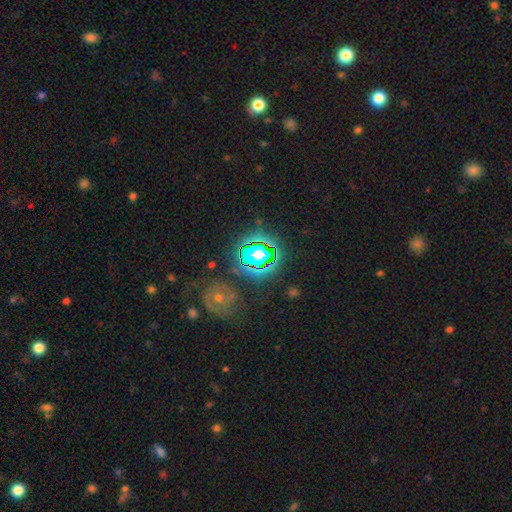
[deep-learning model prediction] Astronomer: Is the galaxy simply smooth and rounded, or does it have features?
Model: star or artifact — 73%.